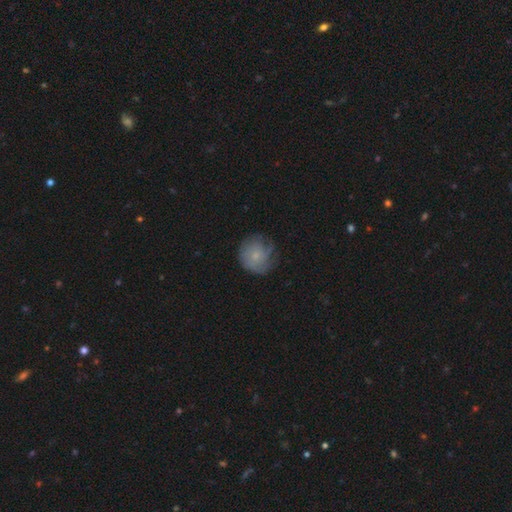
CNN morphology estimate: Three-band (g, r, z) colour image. It shows a smooth galaxy with no disk features (59%) that is round (87%). Merging: none (61%).